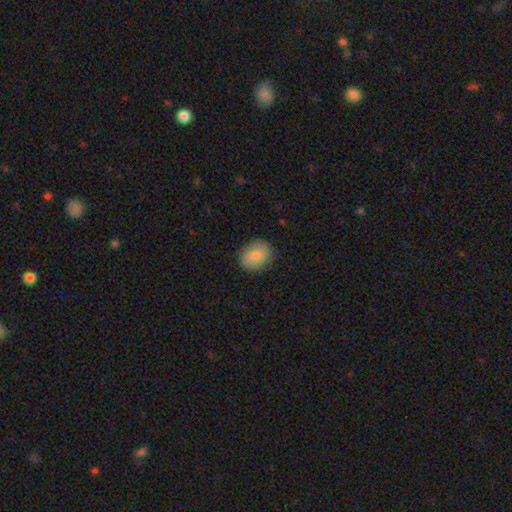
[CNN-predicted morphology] smooth-or-featured: smooth: 83% | featured or disk: 9% | star or artifact: 7%
  how-rounded: round: 51% | in between: 48% | cigar-shaped: 1%
  merging: none: 86% | minor disturbance: 11% | major disturbance: 3% | merger: 1%